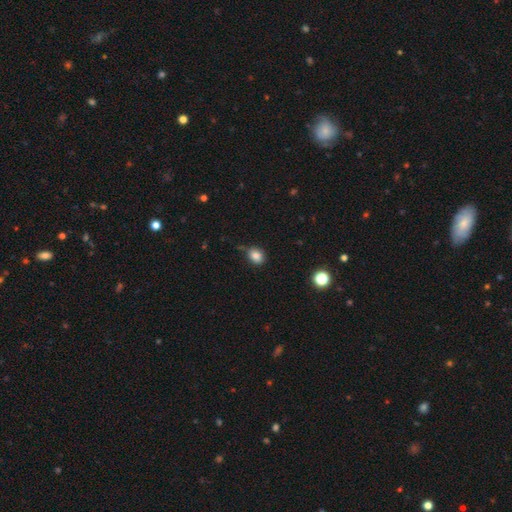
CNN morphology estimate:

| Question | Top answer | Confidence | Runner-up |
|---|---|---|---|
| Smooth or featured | smooth | 84% | star or artifact (11%) |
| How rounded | in between | 55% | round (44%) |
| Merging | none | 65% | minor disturbance (26%) |